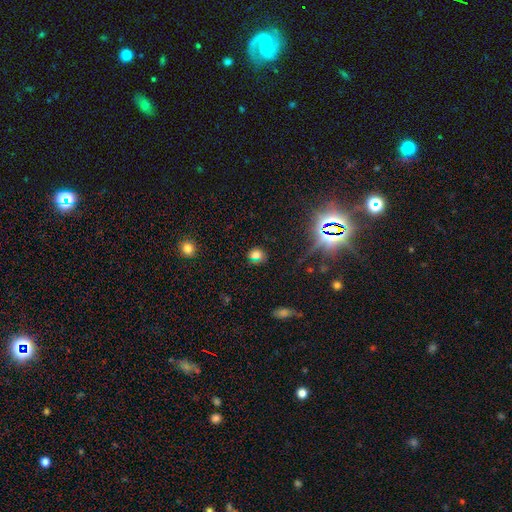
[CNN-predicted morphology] Overall: smooth (71%). How rounded: round (72%). Merging: none (79%).